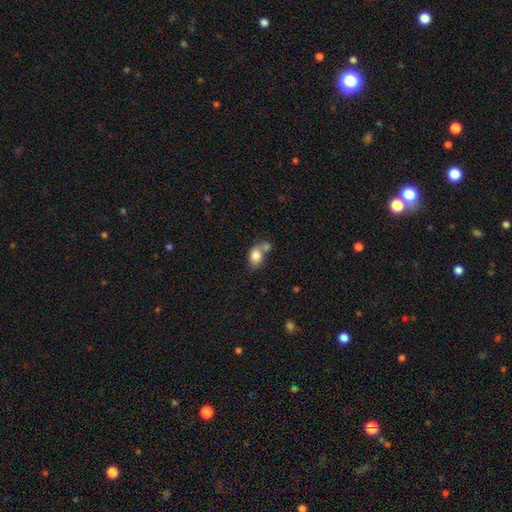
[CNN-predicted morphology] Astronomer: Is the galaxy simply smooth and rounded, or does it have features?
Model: smooth — 81%.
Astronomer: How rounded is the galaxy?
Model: in between — 72%.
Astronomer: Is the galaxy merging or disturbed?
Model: merger — 43% (runner-up: none, 37%).